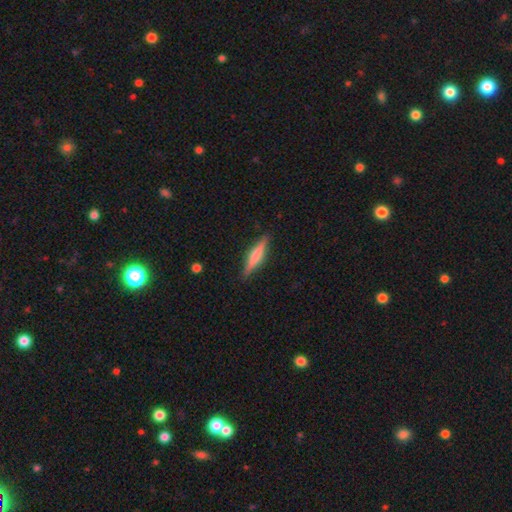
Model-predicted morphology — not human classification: This appears to be a featured or disk galaxy (50%). Merging: none (88%).